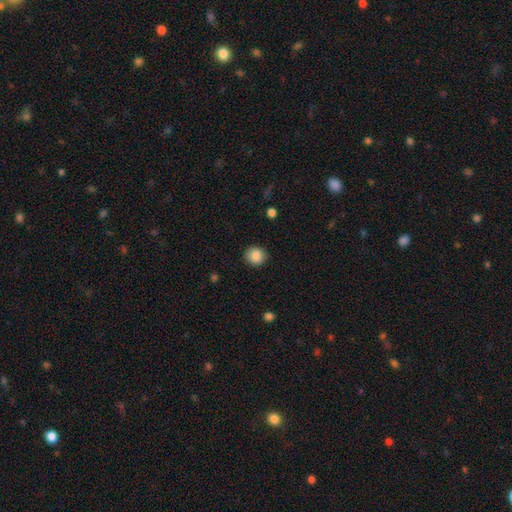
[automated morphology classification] type=smooth (87%); roundness=round (87%); merging=none (90%).